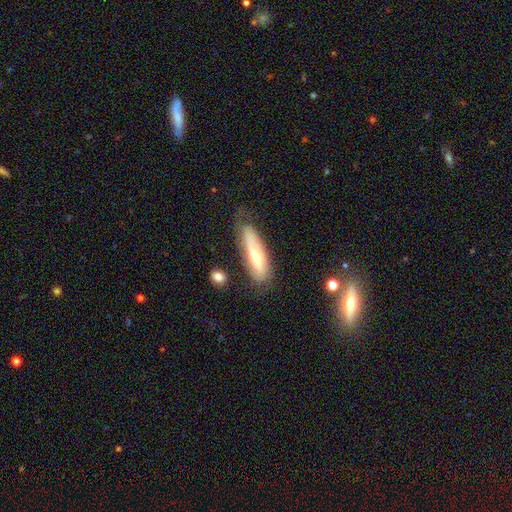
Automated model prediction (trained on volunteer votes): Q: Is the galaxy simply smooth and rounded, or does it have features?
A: smooth — 49%.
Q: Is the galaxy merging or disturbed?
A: none — 61%.